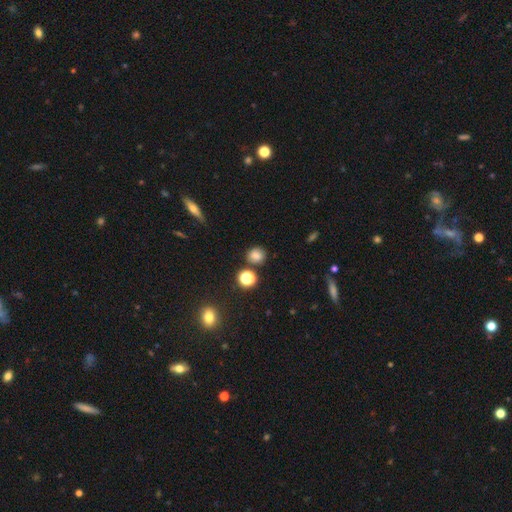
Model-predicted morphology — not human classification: A smooth galaxy with no disk features (76%) that is round (82%). Merging: none (79%).